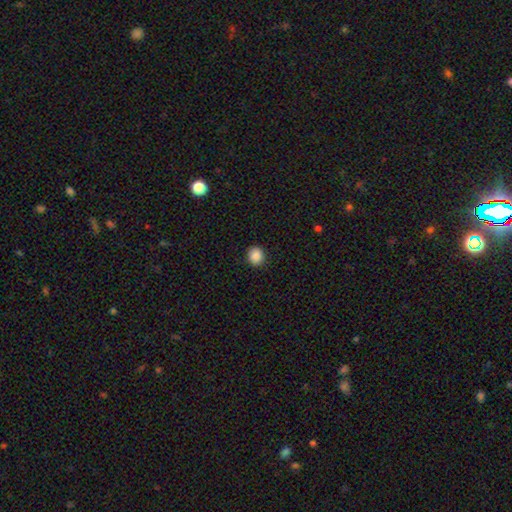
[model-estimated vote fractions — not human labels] Smooth or featured: smooth — 89% (star or artifact — 9%)
How rounded: round — 72% (in between — 27%)
Merging: none — 91% (minor disturbance — 6%)